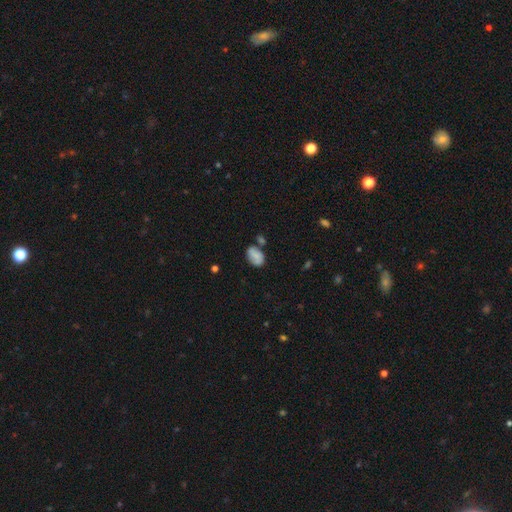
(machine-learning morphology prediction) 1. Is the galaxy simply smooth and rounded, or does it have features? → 70% smooth, 21% featured or disk, 9% star or artifact.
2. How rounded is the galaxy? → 86% in between, 13% round, 1% cigar-shaped.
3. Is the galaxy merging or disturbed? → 57% none, 22% minor disturbance, 15% merger, 6% major disturbance.